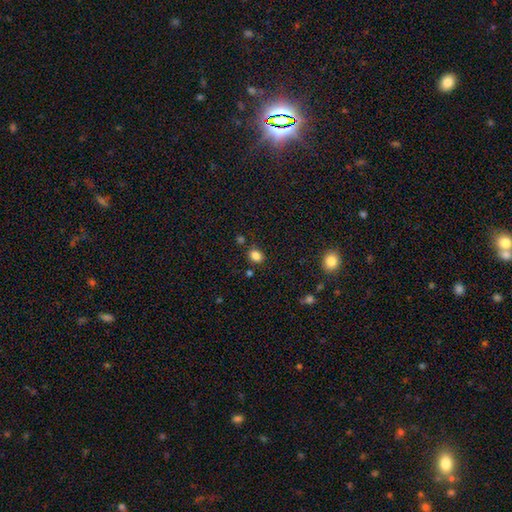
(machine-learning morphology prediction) This is clearly a smooth galaxy (83%). How rounded: possibly round (52%). Merging: likely none (79%).